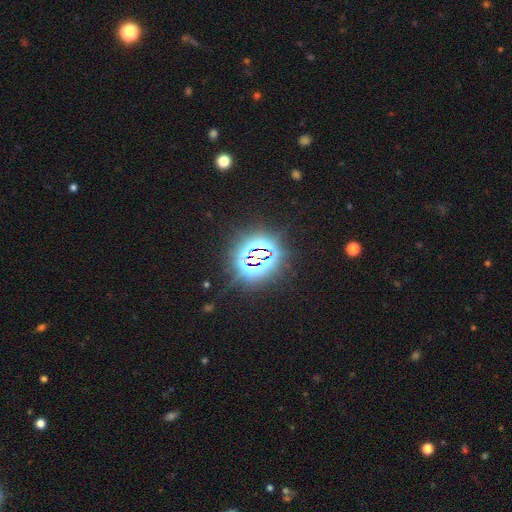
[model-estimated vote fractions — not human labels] Smooth or featured?
  - star or artifact: 83% *
  - smooth: 10%
  - featured or disk: 7%